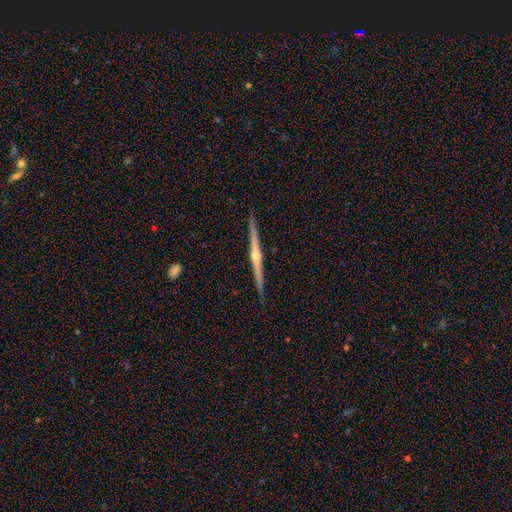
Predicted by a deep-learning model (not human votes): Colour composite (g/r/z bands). It shows a featured or disk galaxy (85%) viewed edge-on (99%) with a rounded central bulge (90%). Merging: none (92%).